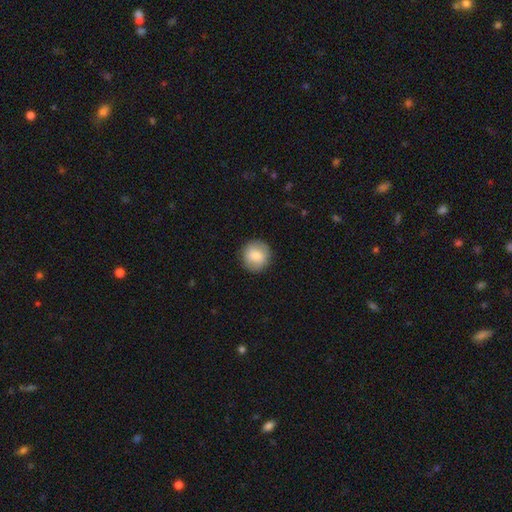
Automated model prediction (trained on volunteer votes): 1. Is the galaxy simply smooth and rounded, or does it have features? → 78% smooth, 14% featured or disk, 7% star or artifact.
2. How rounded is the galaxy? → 93% round, 6% in between, 1% cigar-shaped.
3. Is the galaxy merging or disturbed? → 90% none, 7% minor disturbance, 2% major disturbance, 1% merger.